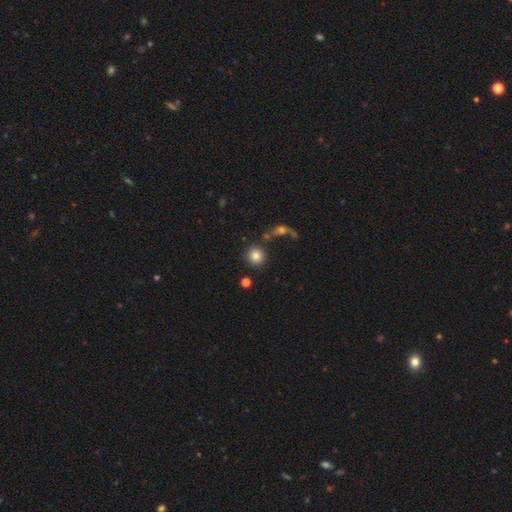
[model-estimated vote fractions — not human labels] Smooth or featured: smooth — 82% (star or artifact — 10%)
How rounded: round — 91% (in between — 8%)
Merging: none — 79% (merger — 8%)